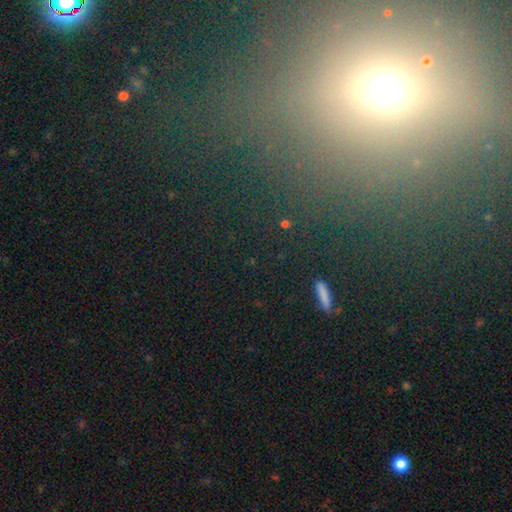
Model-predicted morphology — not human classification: smooth_or_featured: star or artifact (p=0.53) [alt: smooth p=0.31]